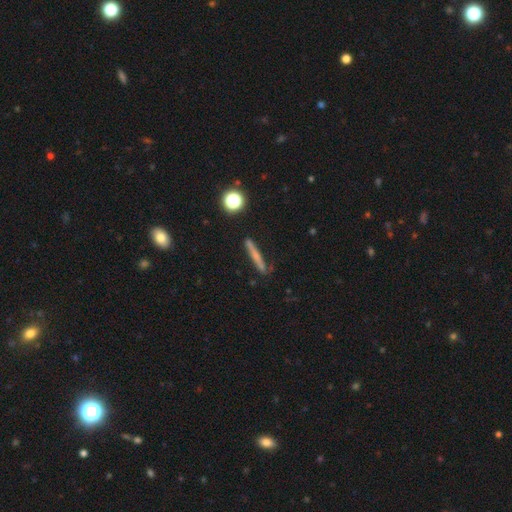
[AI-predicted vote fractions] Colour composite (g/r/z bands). It shows a smooth galaxy with no disk features (59%) that is cigar-shaped (91%). Merging: none (82%).